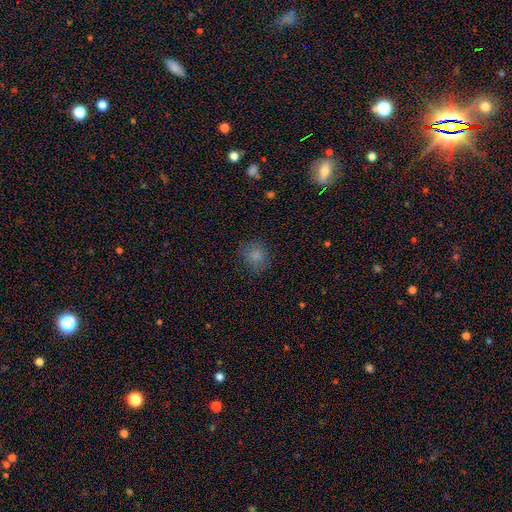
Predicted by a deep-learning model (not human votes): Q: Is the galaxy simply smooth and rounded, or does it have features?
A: smooth — 80%.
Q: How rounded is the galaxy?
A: round — 83%.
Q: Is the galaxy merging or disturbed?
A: none — 81%.